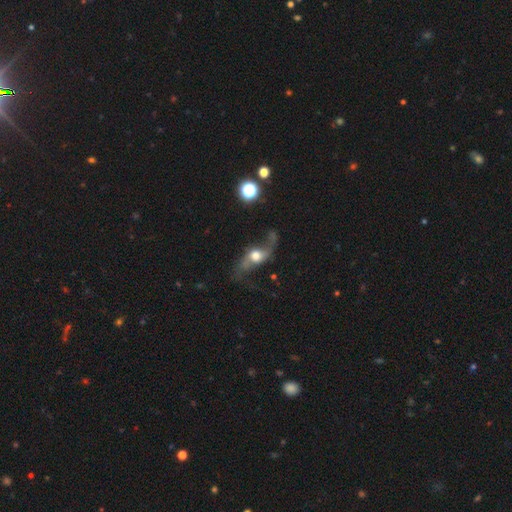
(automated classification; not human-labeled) The model was most divided on "bulge size": moderate: 50%, large: 33%, small: 8%, dominant: 6%, none: 2%. More confident: spiral arm count — 2 (91%); spiral winding — loose (90%); spiral arms — yes (90%); edge-on disk — no (86%); smooth or featured — featured or disk (75%); bar — no (62%); merging — none (53%).